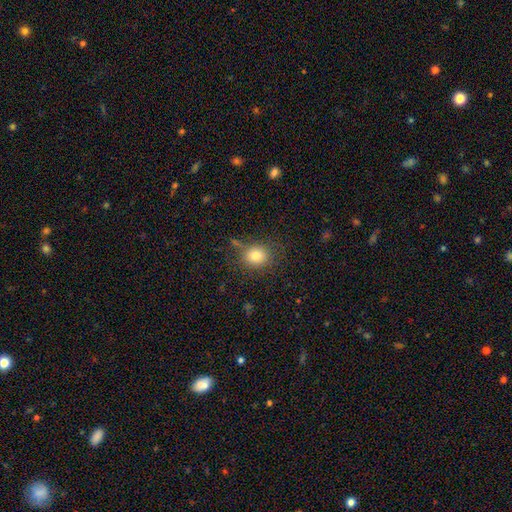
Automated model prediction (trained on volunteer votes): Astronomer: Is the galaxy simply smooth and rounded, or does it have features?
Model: smooth — 80%.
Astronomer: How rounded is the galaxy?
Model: round — 74%.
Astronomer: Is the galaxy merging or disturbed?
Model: none — 76%.